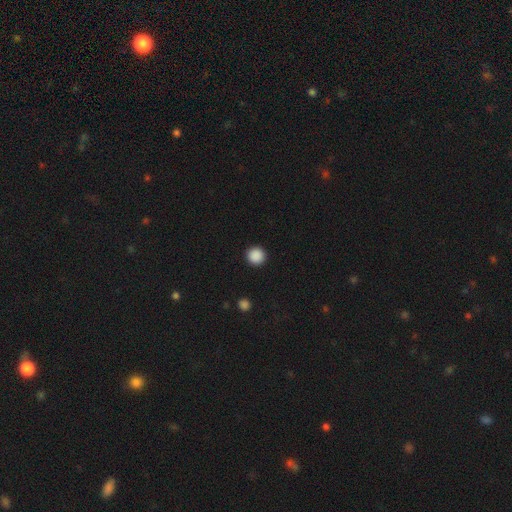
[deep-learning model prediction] This is clearly a smooth galaxy (89%). How rounded: clearly round (95%). Merging: clearly none (93%).